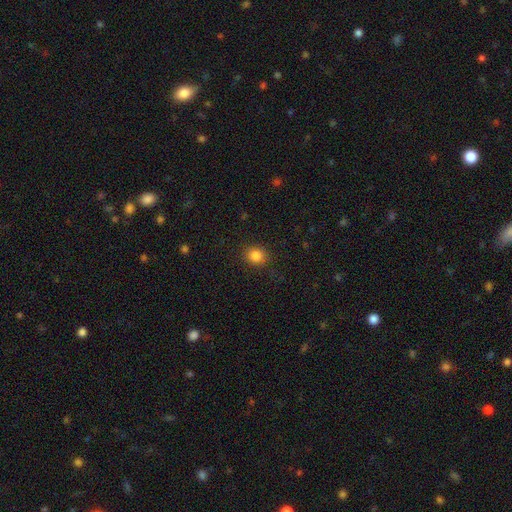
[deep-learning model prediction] Smooth or featured: smooth — 85% (star or artifact — 11%)
How rounded: round — 80% (in between — 19%)
Merging: none — 87% (minor disturbance — 9%)